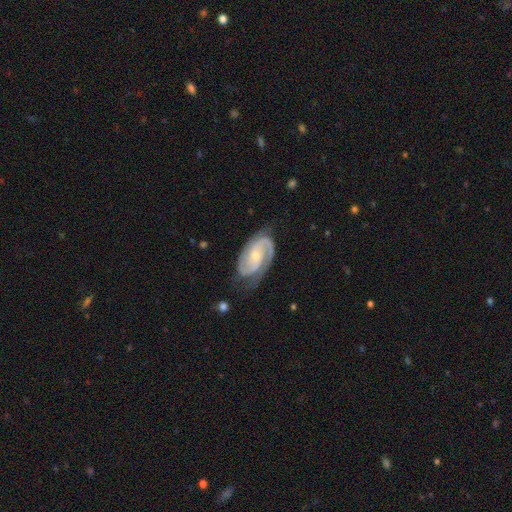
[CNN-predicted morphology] Smooth or featured? Predicted: featured or disk (p=0.90). Edge-on disk? Predicted: no (p=0.97). Bar? Predicted: no (p=0.54). Spiral arms? Predicted: yes (p=0.98). Spiral winding? Predicted: tight (p=0.50). Spiral arm count? Predicted: 2 (p=0.82). Bulge size? Predicted: small (p=0.61). Merging? Predicted: none (p=0.70).